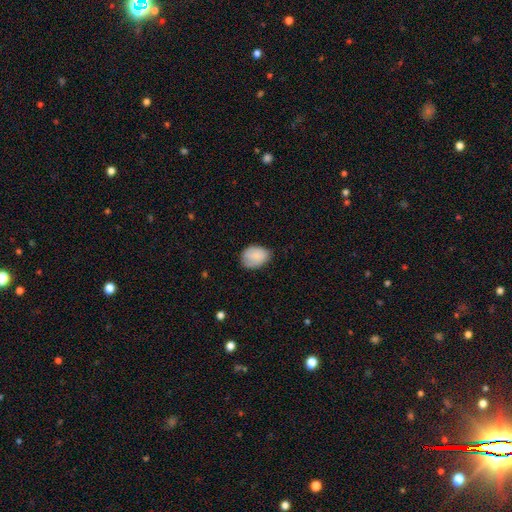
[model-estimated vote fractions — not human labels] smooth 82%, featured or disk 11%, star or artifact 7%. Down the decision tree: how rounded — in between (70%); merging — none (63%).